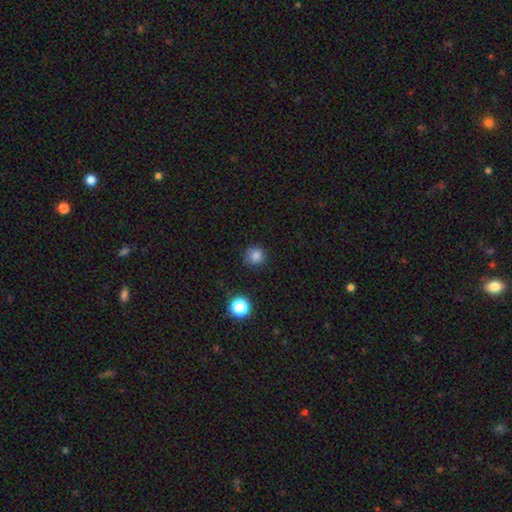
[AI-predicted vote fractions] This is clearly a smooth galaxy (81%). How rounded: clearly round (91%). Merging: clearly none (80%).